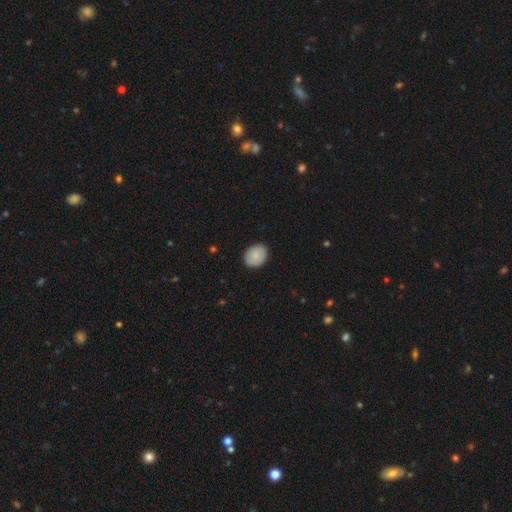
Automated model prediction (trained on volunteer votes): Smooth or featured?
  - smooth: 87% *
  - star or artifact: 7%
  - featured or disk: 6%
How rounded?
  - in between: 53% *
  - round: 46%
  - cigar-shaped: 1%
Merging?
  - none: 88% *
  - minor disturbance: 9%
  - major disturbance: 2%
  - merger: 1%